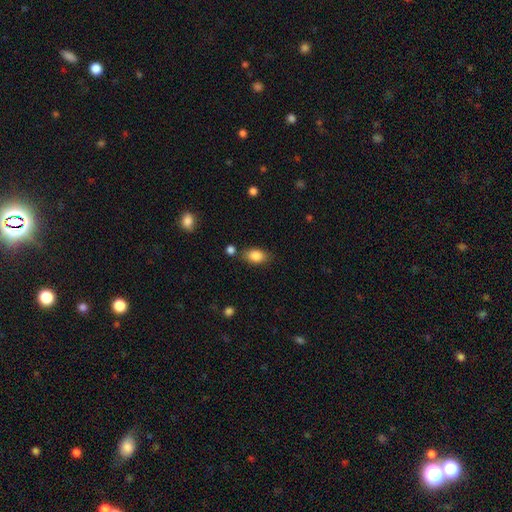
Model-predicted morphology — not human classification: A smooth galaxy with no disk features (86%) that is in between round and cigar-shaped (85%).

Vote fractions:
- Smooth or featured? smooth: 86% / star or artifact: 8% / featured or disk: 6%
- How rounded? in between: 85% / round: 12% / cigar-shaped: 3%
- Merging? none: 75% / minor disturbance: 15% / merger: 6% / major disturbance: 4%